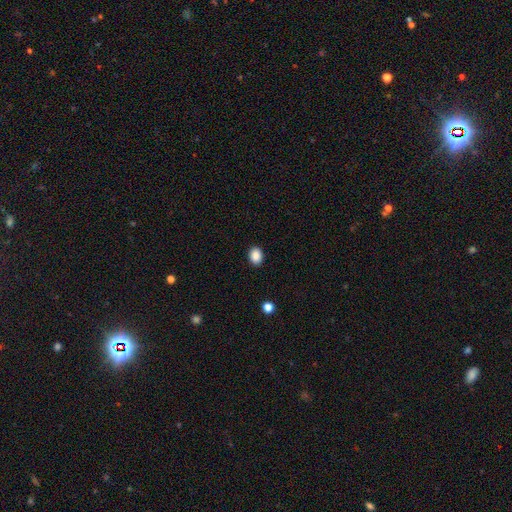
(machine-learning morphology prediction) smooth 88%, star or artifact 9%, featured or disk 3%. Down the decision tree: how rounded — in between (64%); merging — none (91%).